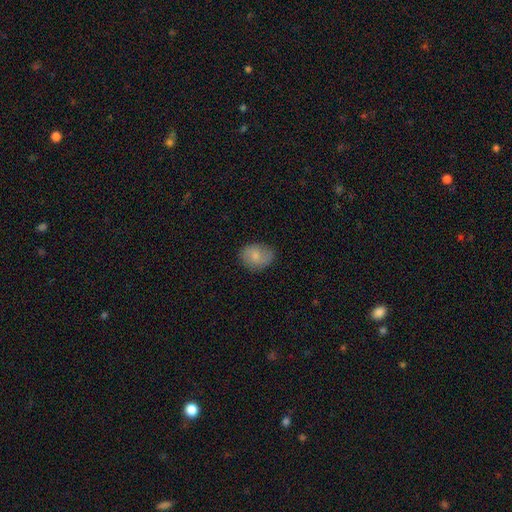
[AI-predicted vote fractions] smooth-or-featured: smooth: 75% | featured or disk: 17% | star or artifact: 8%
  how-rounded: in between: 62% | round: 37% | cigar-shaped: 1%
  merging: none: 75% | minor disturbance: 19% | major disturbance: 5% | merger: 1%